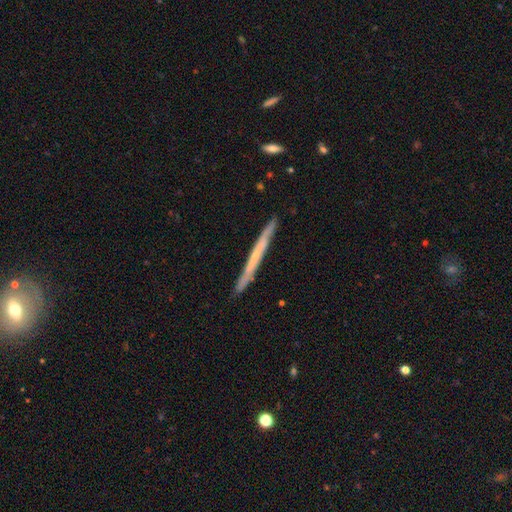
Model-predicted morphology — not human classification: smooth_or_featured: featured or disk (p=0.52) [alt: smooth p=0.42]
disk_edge_on: yes (p=0.96) [alt: no p=0.04]
edge_on_bulge: none (p=0.84) [alt: rounded p=0.12]
merging: none (p=0.90) [alt: minor disturbance p=0.08]